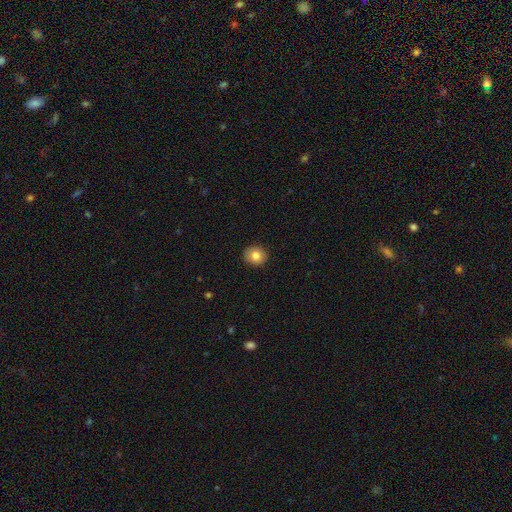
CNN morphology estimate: type=smooth (81%); roundness=round (83%); merging=none (90%).